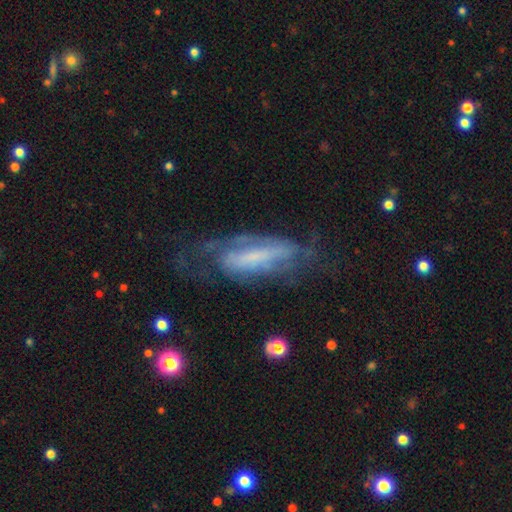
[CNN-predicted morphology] Smooth or featured? featured or disk (65%)
Edge-on disk? no (83%)
Bar? no (48%)
Spiral arms? yes (69%)
Bulge size? small (45%)
Merging? none (50%)